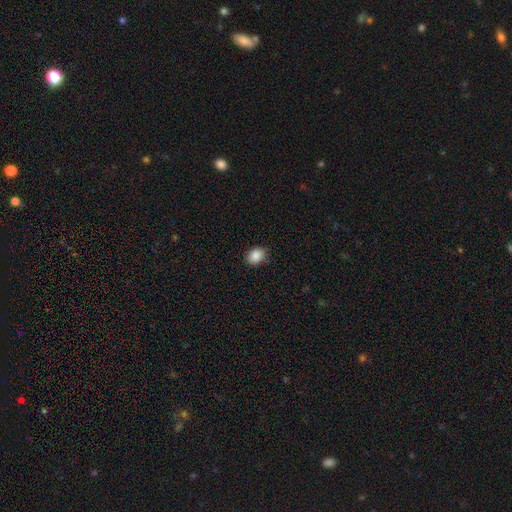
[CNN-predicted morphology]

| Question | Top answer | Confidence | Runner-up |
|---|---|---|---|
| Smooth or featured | smooth | 88% | star or artifact (8%) |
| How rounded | in between | 62% | round (37%) |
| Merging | none | 85% | minor disturbance (11%) |